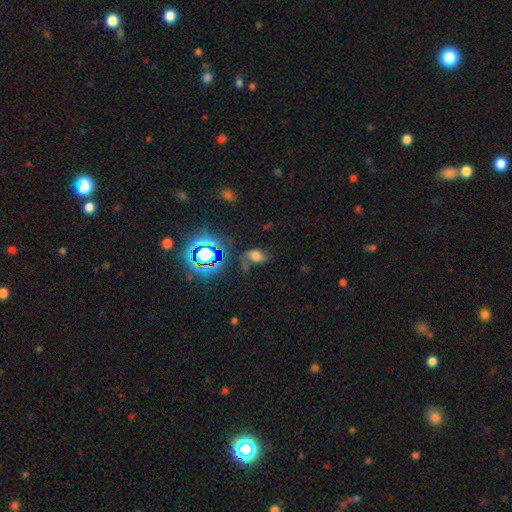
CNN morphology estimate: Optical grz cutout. It shows a smooth galaxy with no disk features (48%). Merging: none (43%).